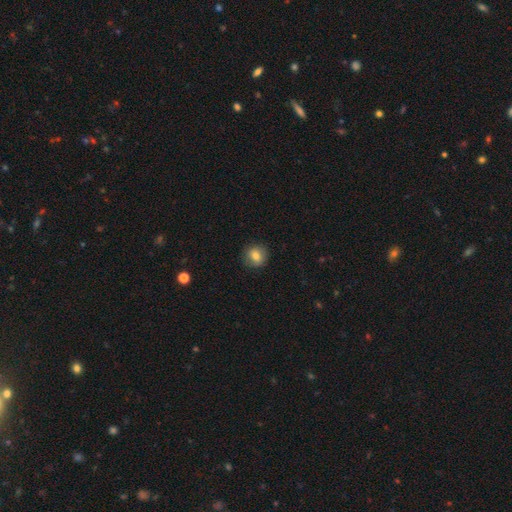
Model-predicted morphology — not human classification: A smooth galaxy with no disk features (76%) that is round (86%). Merging: none (86%).